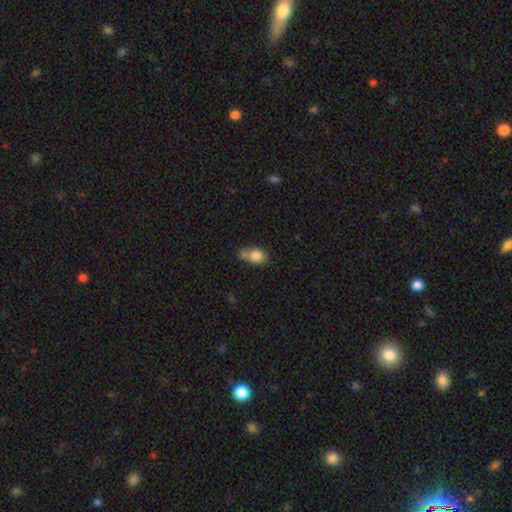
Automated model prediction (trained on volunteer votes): Smooth or featured? Predicted: smooth (p=0.81). How rounded? Predicted: in between (p=0.55). Merging? Predicted: merger (p=0.40).